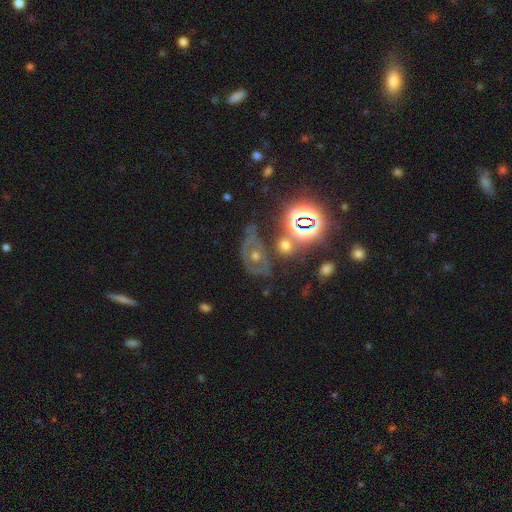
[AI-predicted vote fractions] Smooth or featured? featured or disk (45%)
Merging? none (47%)